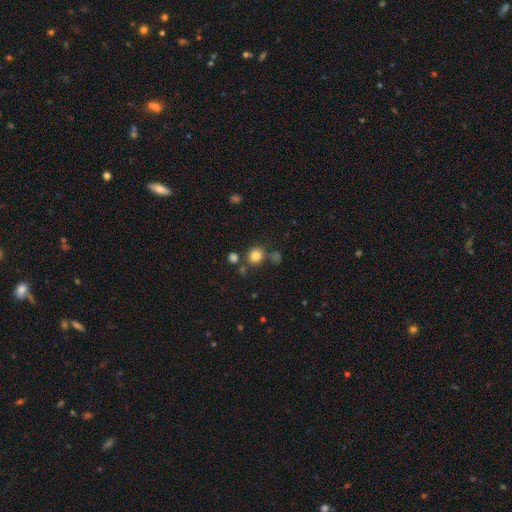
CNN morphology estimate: Overall: smooth (81%). How rounded: round (80%). Merging: none (74%).